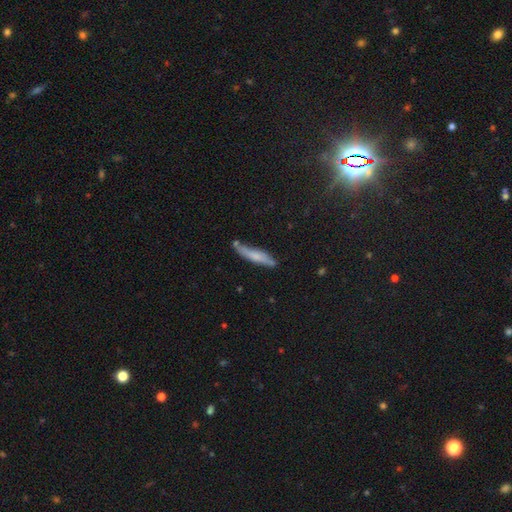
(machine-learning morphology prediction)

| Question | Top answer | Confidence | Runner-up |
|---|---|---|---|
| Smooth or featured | smooth | 62% | featured or disk (31%) |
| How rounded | cigar-shaped | 88% | in between (11%) |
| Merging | none | 72% | minor disturbance (19%) |